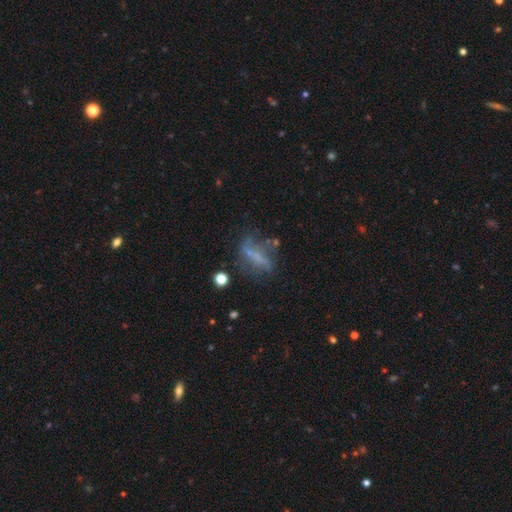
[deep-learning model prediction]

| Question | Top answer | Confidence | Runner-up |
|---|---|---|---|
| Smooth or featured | featured or disk | 47% | smooth (36%) |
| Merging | none | 49% | major disturbance (22%) |